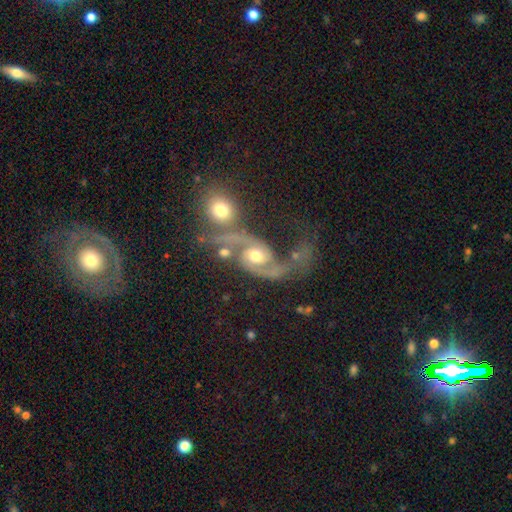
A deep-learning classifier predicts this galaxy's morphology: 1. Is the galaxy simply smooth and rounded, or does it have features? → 89% featured or disk, 6% smooth, 6% star or artifact.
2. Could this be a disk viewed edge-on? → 97% no, 3% yes.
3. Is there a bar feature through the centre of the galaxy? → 58% no, 32% weak, 10% strong.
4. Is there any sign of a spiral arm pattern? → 97% yes, 3% no.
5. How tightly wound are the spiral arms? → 48% loose, 41% medium, 11% tight.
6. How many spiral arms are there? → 94% 2, 2% can't tell, 1% 1, 1% 3, 1% 4, 1% more than 4.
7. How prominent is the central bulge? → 69% moderate, 19% small, 9% large, 2% none, 1% dominant.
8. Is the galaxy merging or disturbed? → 42% none, 22% merger, 18% major disturbance, 18% minor disturbance.